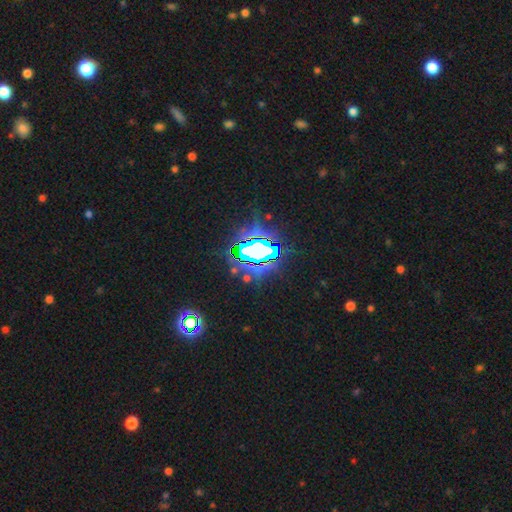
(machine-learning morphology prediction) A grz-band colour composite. It shows a star or artifact, not a galaxy (75%).